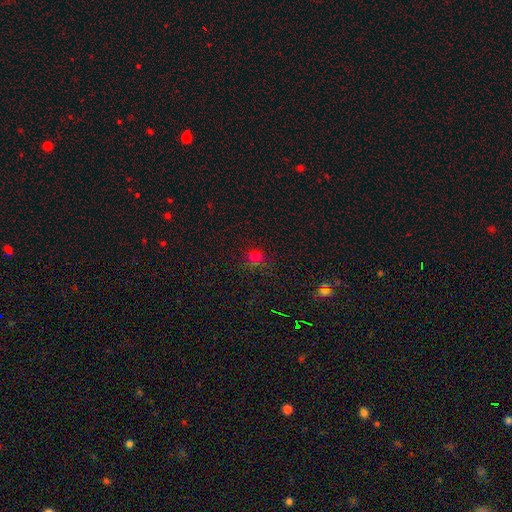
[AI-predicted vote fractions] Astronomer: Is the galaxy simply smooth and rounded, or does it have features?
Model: smooth — 60%.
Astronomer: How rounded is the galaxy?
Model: round — 74%.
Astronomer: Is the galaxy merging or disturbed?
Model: none — 72%.